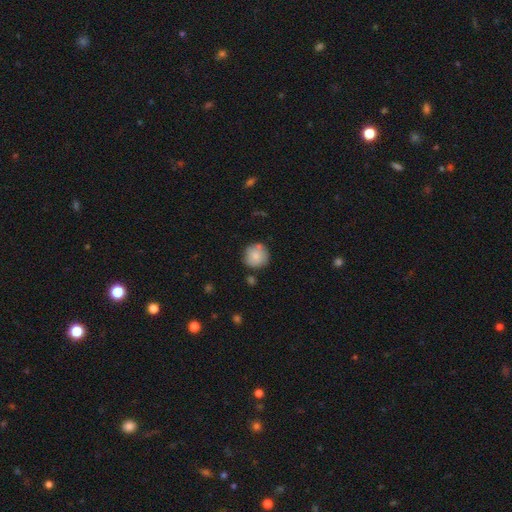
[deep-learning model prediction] This appears to be a smooth galaxy with no disk features (81%) that is round (93%). Merging: none (74%).